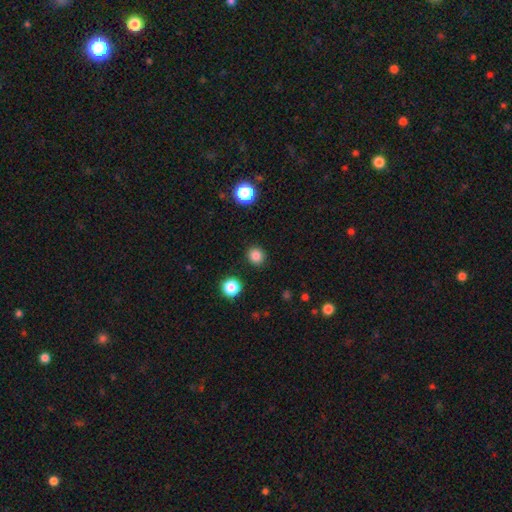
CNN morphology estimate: type=smooth (84%); roundness=round (87%); merging=none (90%).